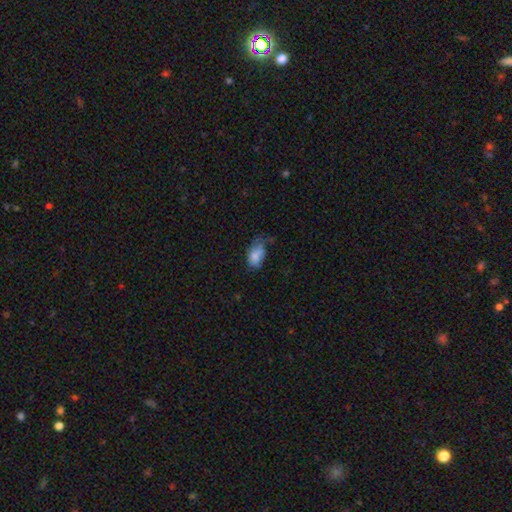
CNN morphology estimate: smooth-or-featured: smooth: 74% | featured or disk: 17% | star or artifact: 8%
  how-rounded: in between: 91% | round: 7% | cigar-shaped: 2%
  merging: minor disturbance: 36% | major disturbance: 32% | none: 28% | merger: 4%